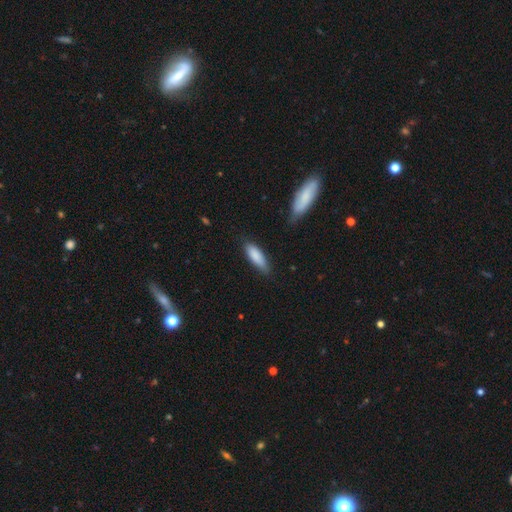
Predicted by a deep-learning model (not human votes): This appears to be a smooth galaxy with no disk features (84%) that is in between round and cigar-shaped (53%). Merging: none (70%).